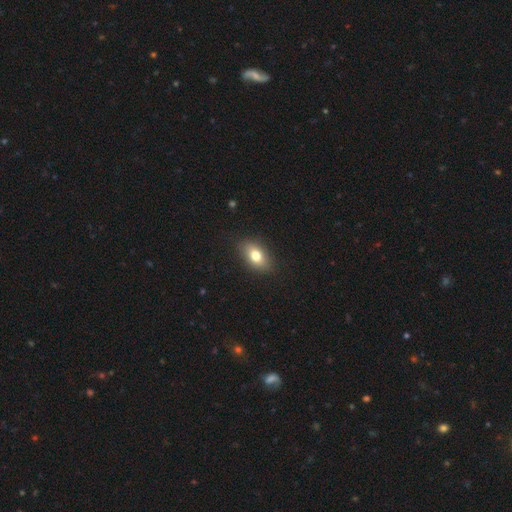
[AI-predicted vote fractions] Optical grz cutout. It shows a smooth galaxy with no disk features (77%) that is in between round and cigar-shaped (86%). Merging: none (86%).